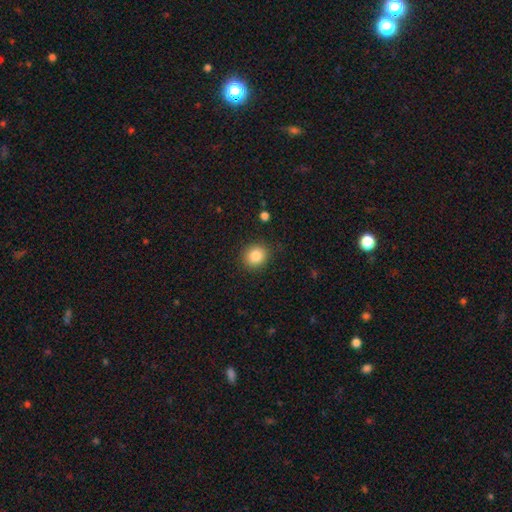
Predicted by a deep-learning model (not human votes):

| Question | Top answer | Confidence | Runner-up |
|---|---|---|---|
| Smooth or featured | smooth | 84% | star or artifact (10%) |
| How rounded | round | 81% | in between (18%) |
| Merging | none | 88% | minor disturbance (8%) |